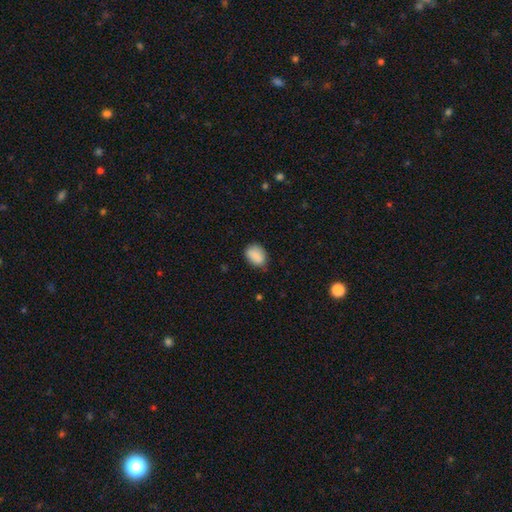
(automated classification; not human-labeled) smooth-or-featured: smooth: 88% | star or artifact: 8% | featured or disk: 4%
  how-rounded: in between: 72% | round: 27% | cigar-shaped: 1%
  merging: none: 72% | minor disturbance: 22% | major disturbance: 4% | merger: 1%